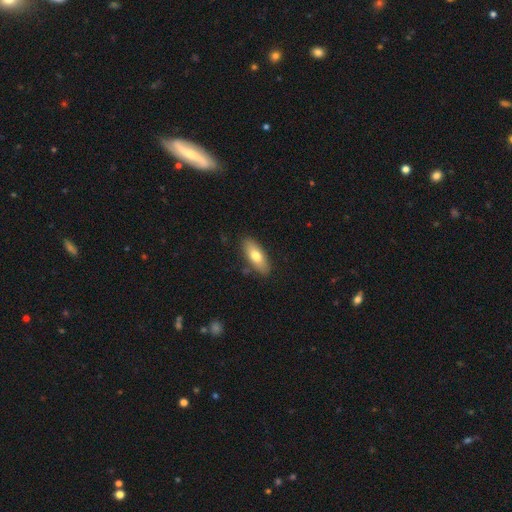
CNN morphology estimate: The model was most divided on "smooth or featured": smooth: 72%, featured or disk: 22%, star or artifact: 6%. More confident: merging — none (84%); how rounded — in between (76%).